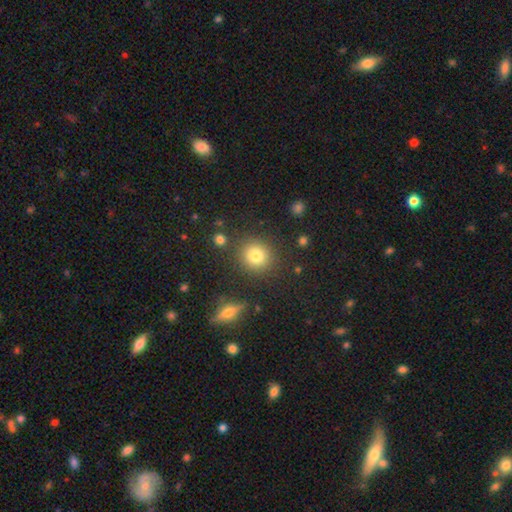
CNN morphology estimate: Smooth or featured?
  - smooth: 79% *
  - star or artifact: 13%
  - featured or disk: 9%
How rounded?
  - round: 86% *
  - in between: 13%
  - cigar-shaped: 1%
Merging?
  - none: 86% *
  - minor disturbance: 8%
  - merger: 4%
  - major disturbance: 3%